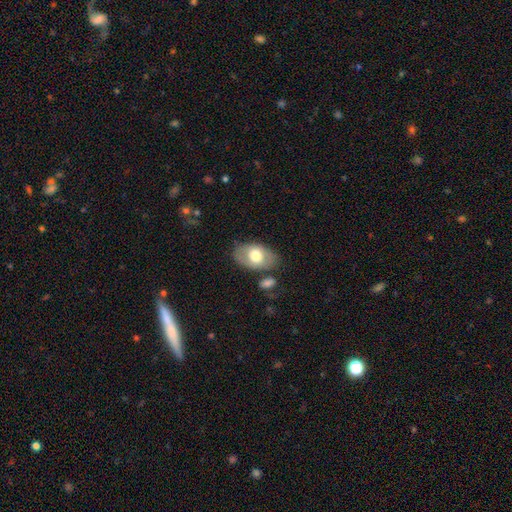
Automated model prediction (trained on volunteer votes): The model was most divided on "smooth or featured": smooth: 62%, featured or disk: 32%, star or artifact: 6%. More confident: how rounded — in between (89%); merging — none (69%).